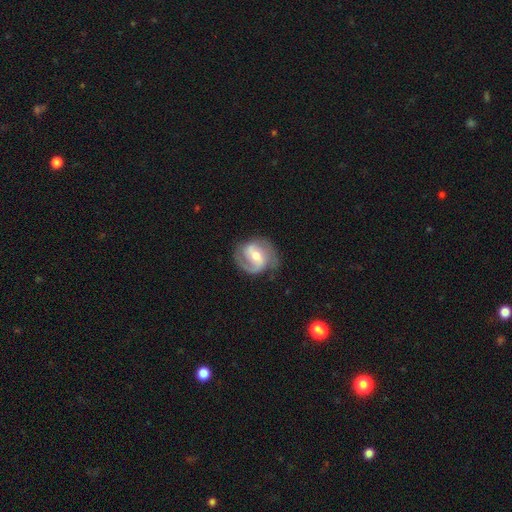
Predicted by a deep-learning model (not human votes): Smooth or featured? Predicted: featured or disk (p=0.83). Edge-on disk? Predicted: no (p=0.98). Bar? Predicted: weak (p=0.48). Spiral arms? Predicted: yes (p=0.95). Spiral winding? Predicted: medium (p=0.49). Spiral arm count? Predicted: 2 (p=0.80). Bulge size? Predicted: moderate (p=0.63). Merging? Predicted: none (p=0.71).